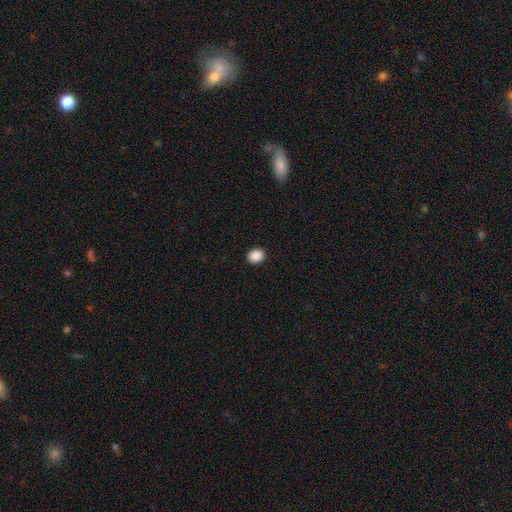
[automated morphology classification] This is clearly a smooth galaxy (89%). How rounded: possibly round (50%). Merging: clearly none (92%).